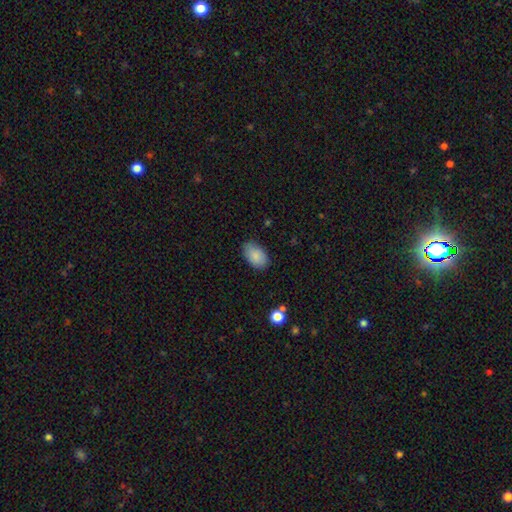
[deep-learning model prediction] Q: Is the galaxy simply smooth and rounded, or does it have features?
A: smooth — 86%.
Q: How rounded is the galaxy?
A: in between — 92%.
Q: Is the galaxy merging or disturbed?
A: none — 79%.